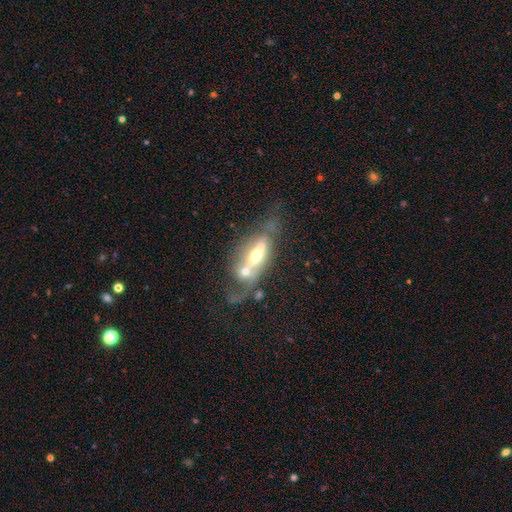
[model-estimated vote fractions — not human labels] featured or disk 68%, smooth 24%, star or artifact 8%. Down the decision tree: edge-on disk — no (53%); merging — merger (38%).